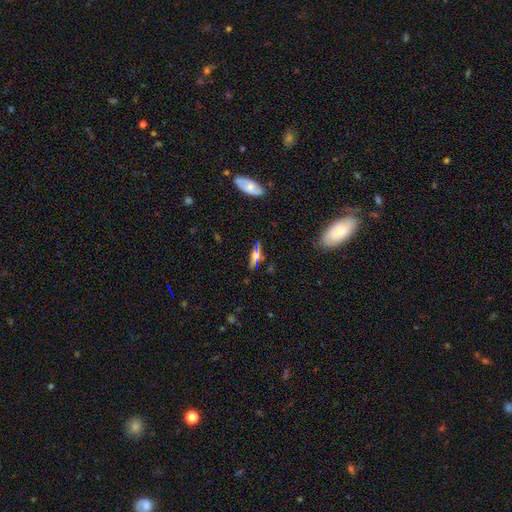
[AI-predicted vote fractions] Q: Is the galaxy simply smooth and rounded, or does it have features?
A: featured or disk — 42%, tied with smooth.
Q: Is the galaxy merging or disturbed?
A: none — 77%.